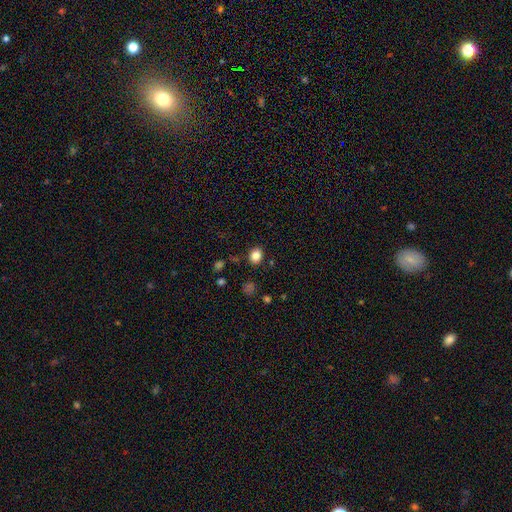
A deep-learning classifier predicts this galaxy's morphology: The model was most divided on "how rounded": round: 56%, in between: 43%, cigar-shaped: 1%. More confident: merging — none (87%); smooth or featured — smooth (84%).